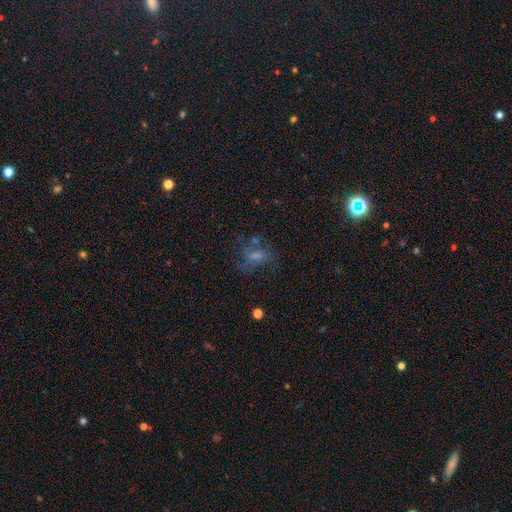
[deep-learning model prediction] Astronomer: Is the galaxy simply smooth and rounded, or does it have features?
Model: featured or disk — 36% (runner-up: star or artifact, 33%).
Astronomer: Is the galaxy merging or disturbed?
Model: none — 55%.